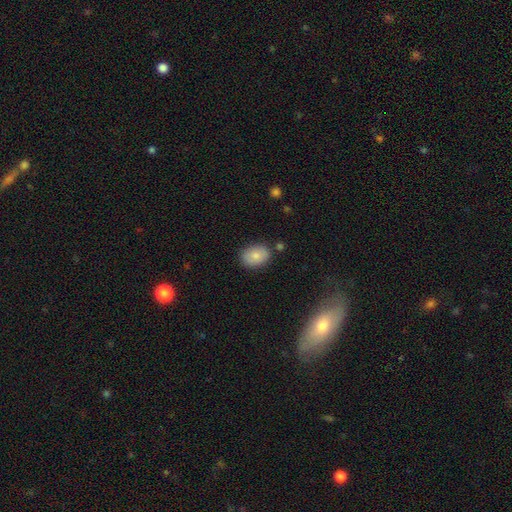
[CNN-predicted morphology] This appears to be a smooth galaxy with no disk features (81%) that is in between round and cigar-shaped (76%). Merging: none (81%).